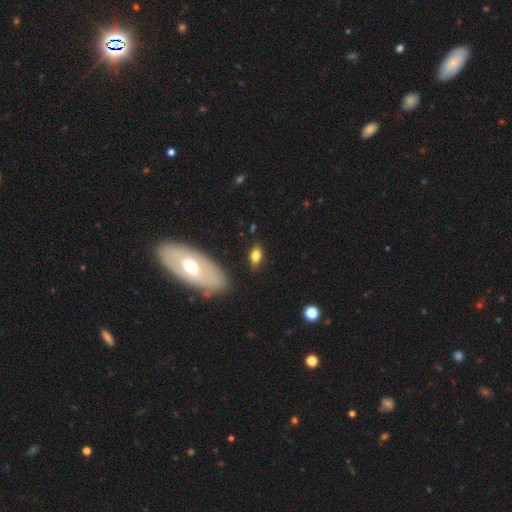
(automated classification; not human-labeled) A smooth galaxy with no disk features (76%) that is in between round and cigar-shaped (86%). Merging: none (79%).